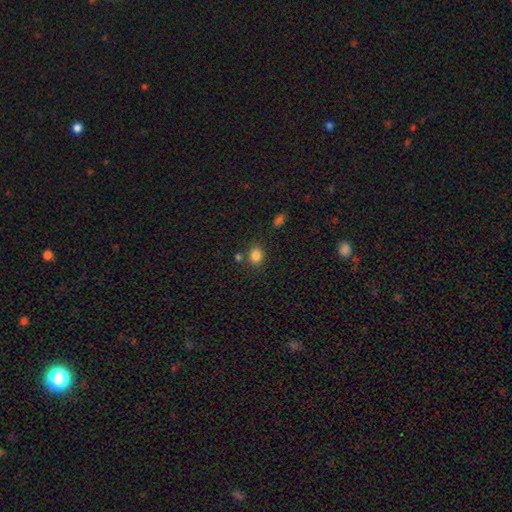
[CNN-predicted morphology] A smooth galaxy with no disk features (84%) that is round (52%). Merging: none (77%).